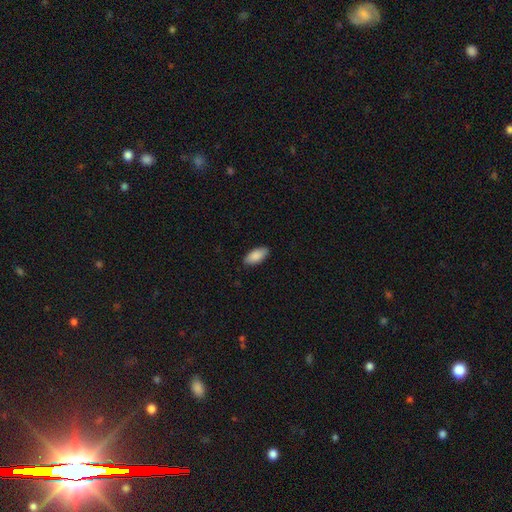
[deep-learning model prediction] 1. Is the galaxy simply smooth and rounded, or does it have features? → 88% smooth, 6% featured or disk, 6% star or artifact.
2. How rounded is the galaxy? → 91% in between, 7% cigar-shaped, 2% round.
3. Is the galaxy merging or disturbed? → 88% none, 9% minor disturbance, 2% major disturbance, 1% merger.